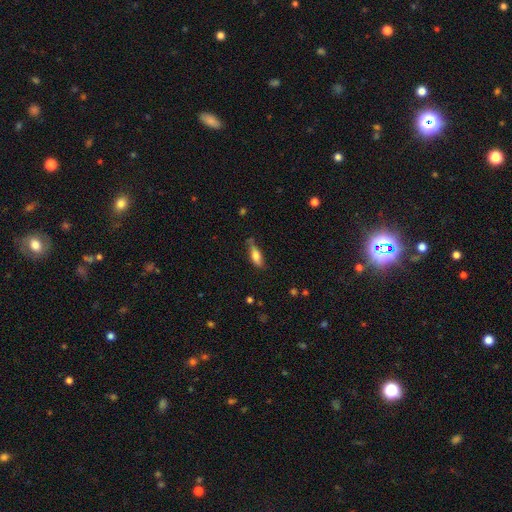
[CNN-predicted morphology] This is likely a smooth galaxy (69%). How rounded: possibly in between (55%). Merging: likely none (61%).